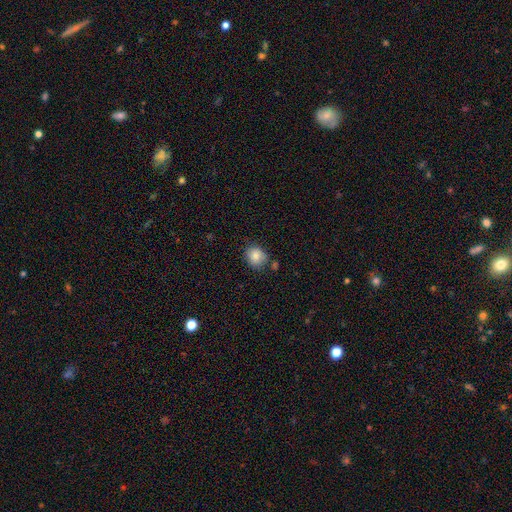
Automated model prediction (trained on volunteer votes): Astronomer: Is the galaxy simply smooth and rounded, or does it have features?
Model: smooth — 84%.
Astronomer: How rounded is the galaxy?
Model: round — 74%.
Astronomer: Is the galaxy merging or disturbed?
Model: none — 73%.